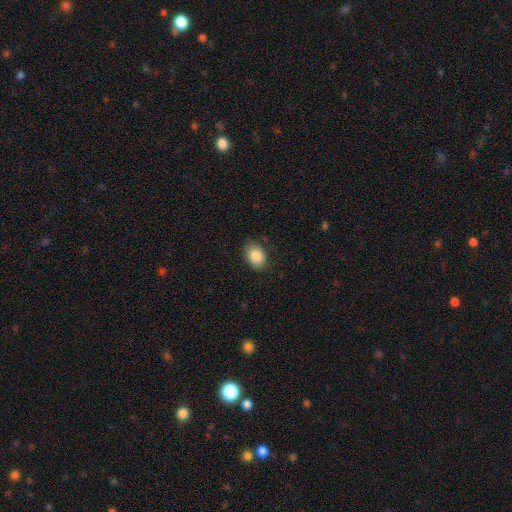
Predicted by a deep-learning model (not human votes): smooth 87%, star or artifact 8%, featured or disk 6%. Down the decision tree: how rounded — in between (77%); merging — none (83%).